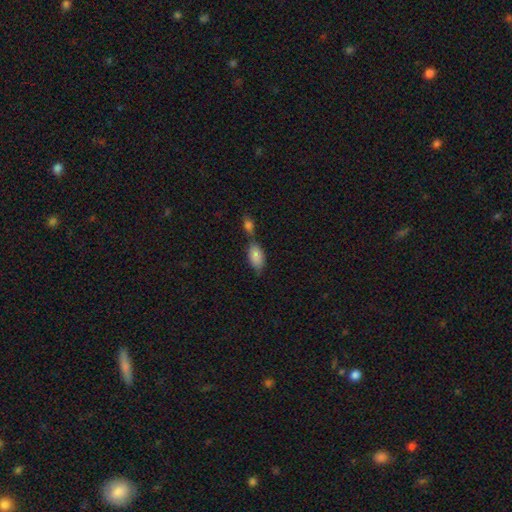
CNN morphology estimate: smooth-or-featured: smooth: 83% | featured or disk: 10% | star or artifact: 8%
  how-rounded: in between: 91% | cigar-shaped: 4% | round: 4%
  merging: merger: 41% | none: 39% | minor disturbance: 15% | major disturbance: 5%